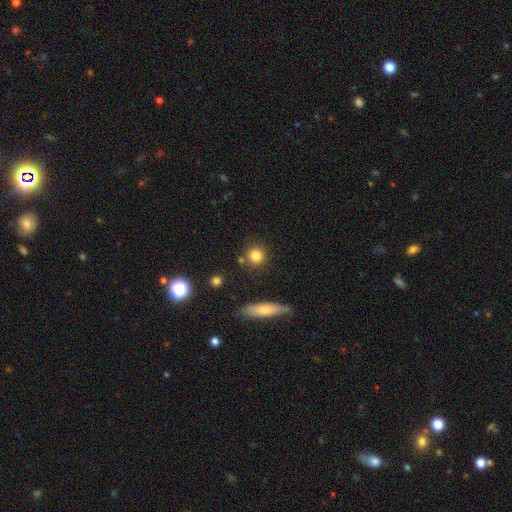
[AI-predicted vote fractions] Q: Smooth or featured?
A: smooth (81%); runner-up: star or artifact (11%)
Q: How rounded?
A: round (88%); runner-up: in between (10%)
Q: Merging?
A: none (81%); runner-up: minor disturbance (9%)